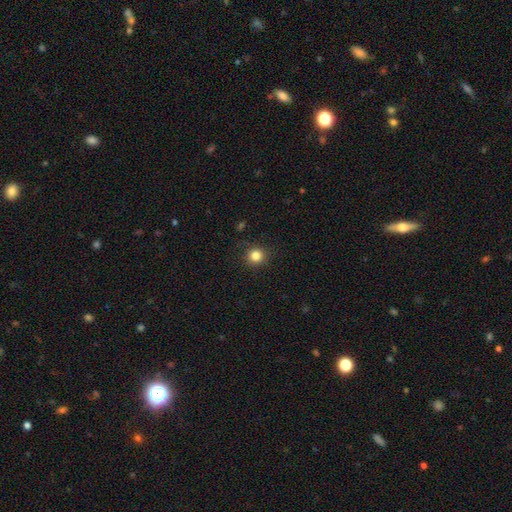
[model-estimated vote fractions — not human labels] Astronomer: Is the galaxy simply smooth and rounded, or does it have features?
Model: smooth — 83%.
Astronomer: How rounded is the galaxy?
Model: round — 93%.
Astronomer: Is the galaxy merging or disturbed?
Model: none — 89%.